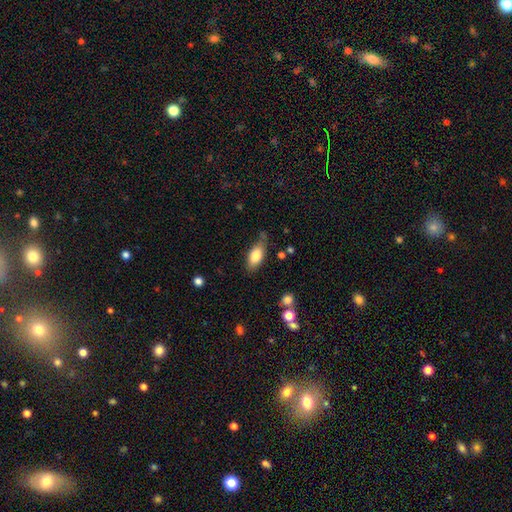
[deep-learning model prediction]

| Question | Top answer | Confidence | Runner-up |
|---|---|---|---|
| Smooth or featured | smooth | 78% | featured or disk (15%) |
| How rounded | in between | 86% | cigar-shaped (11%) |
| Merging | none | 69% | minor disturbance (22%) |